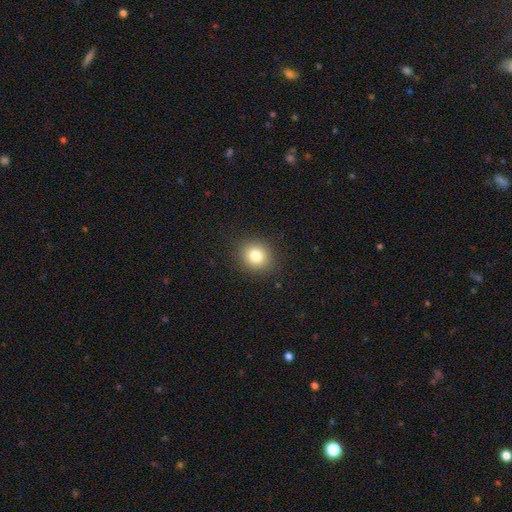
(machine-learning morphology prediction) A smooth galaxy with no disk features (81%) that is round (75%).

Vote fractions:
- Smooth or featured? smooth: 81% / star or artifact: 11% / featured or disk: 8%
- How rounded? round: 75% / in between: 24% / cigar-shaped: 1%
- Merging? none: 89% / minor disturbance: 7% / major disturbance: 2% / merger: 1%